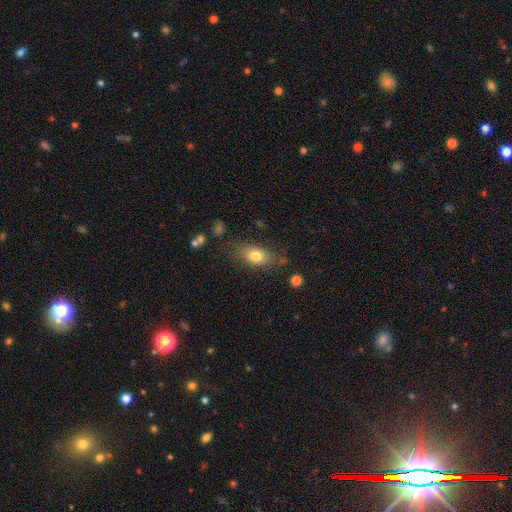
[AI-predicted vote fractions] Overall: smooth (79%). How rounded: in between (83%). Merging: none (71%).